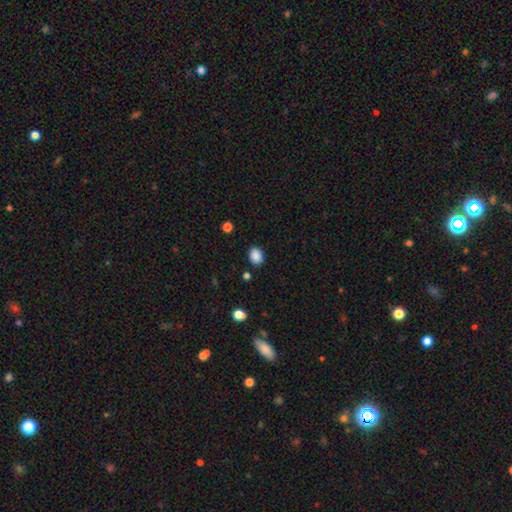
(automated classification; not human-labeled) Smooth or featured: smooth — 87% (star or artifact — 9%)
How rounded: in between — 62% (round — 37%)
Merging: none — 86% (minor disturbance — 9%)